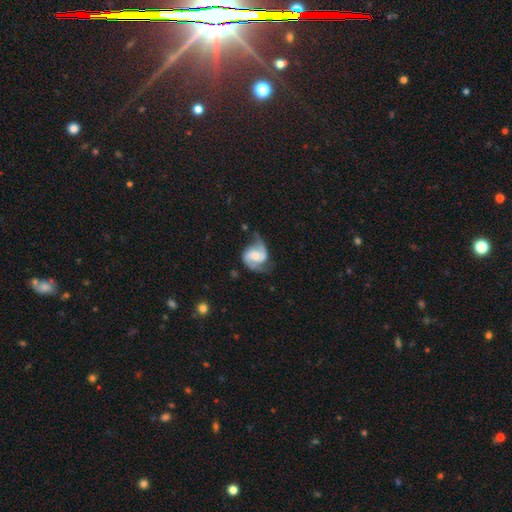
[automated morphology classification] The model was most divided on "bulge size": small: 38%, moderate: 34%, none: 15%, large: 11%, dominant: 3%. Remaining: edge-on disk — no (98%); spiral arms — yes (95%); spiral arm count — 2 (88%); smooth or featured — featured or disk (79%); merging — none (53%); bar — no (48%); spiral winding — medium (47%).